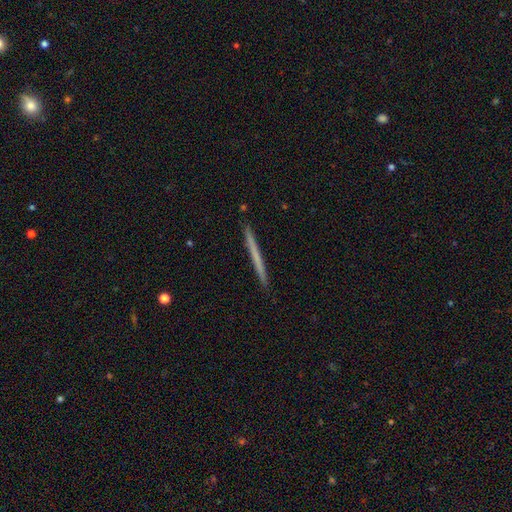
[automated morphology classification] The model was most divided on "smooth or featured": smooth: 54%, featured or disk: 41%, star or artifact: 5%. More confident: how rounded — cigar-shaped (97%); merging — none (93%).